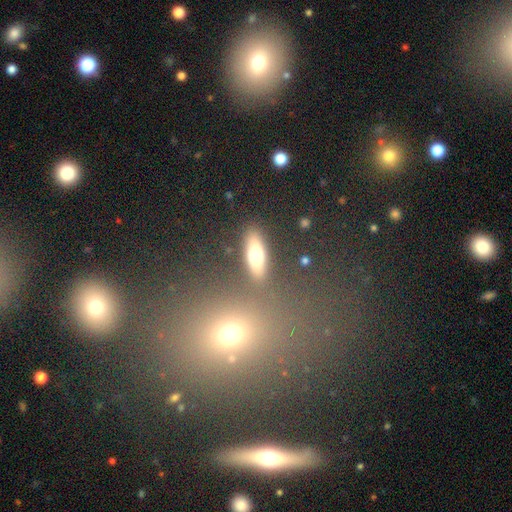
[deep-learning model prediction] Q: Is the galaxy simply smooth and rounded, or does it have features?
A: smooth — 64%.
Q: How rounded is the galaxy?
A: in between — 54%.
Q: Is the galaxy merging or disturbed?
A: none — 83%.